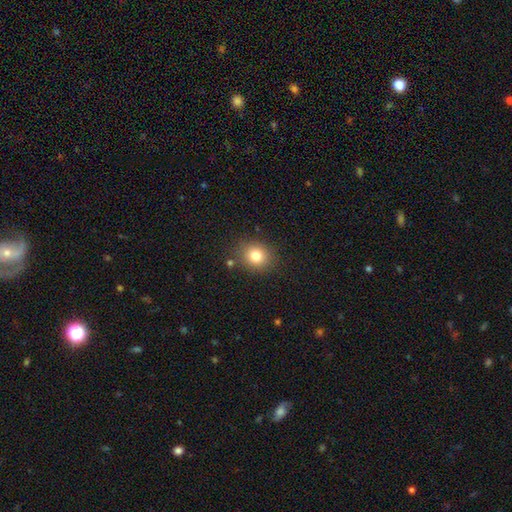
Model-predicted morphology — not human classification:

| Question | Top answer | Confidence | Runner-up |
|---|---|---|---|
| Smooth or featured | smooth | 79% | star or artifact (13%) |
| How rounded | round | 77% | in between (22%) |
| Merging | none | 84% | minor disturbance (10%) |